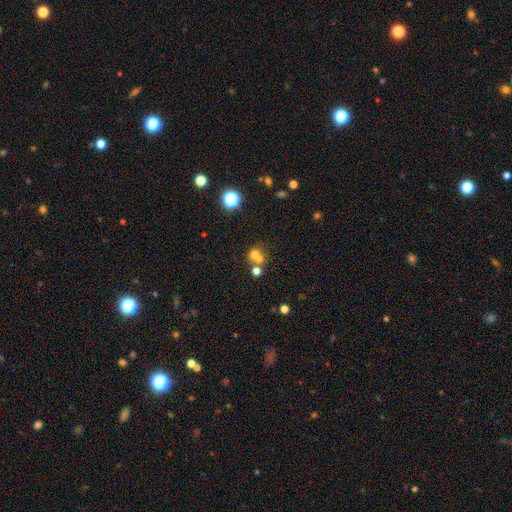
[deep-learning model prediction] Smooth or featured? smooth (64%)
How rounded? round (81%)
Merging? merger (51%)